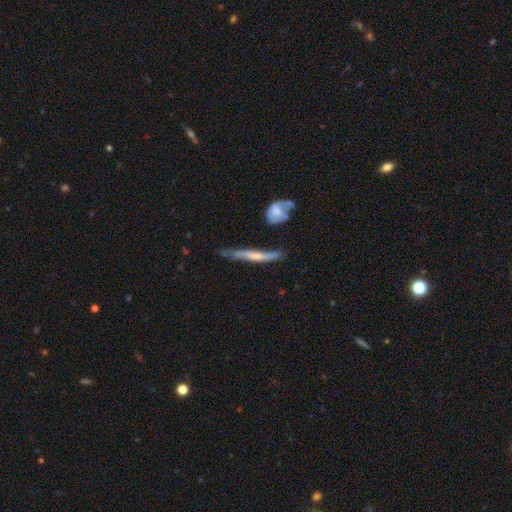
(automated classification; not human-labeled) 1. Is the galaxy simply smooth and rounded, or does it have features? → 52% featured or disk, 42% smooth, 6% star or artifact.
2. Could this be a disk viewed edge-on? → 78% yes, 22% no.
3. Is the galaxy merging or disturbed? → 56% none, 28% minor disturbance, 9% major disturbance, 7% merger.